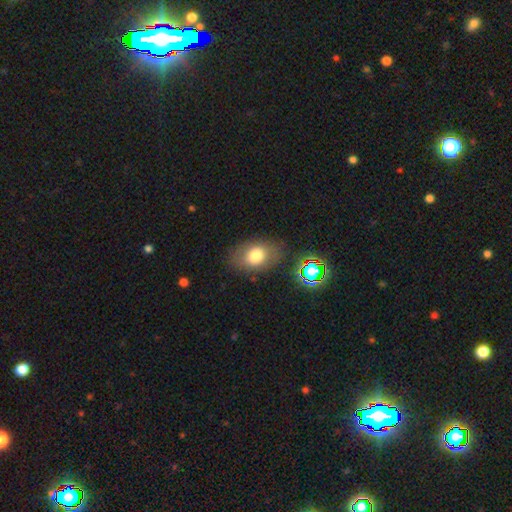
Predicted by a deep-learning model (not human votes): Smooth or featured? Predicted: smooth (p=0.75). How rounded? Predicted: in between (p=0.78). Merging? Predicted: none (p=0.78).